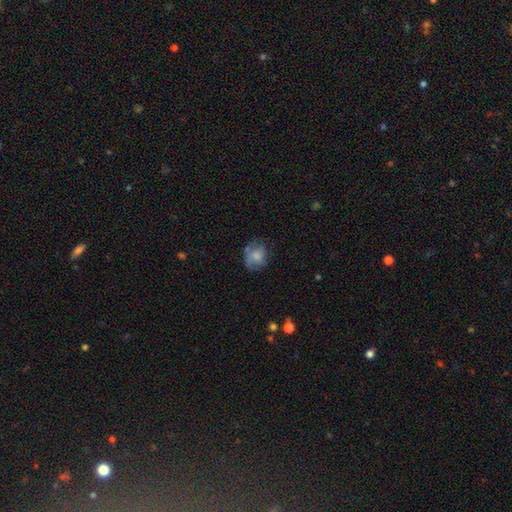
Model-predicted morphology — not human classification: A smooth galaxy with no disk features (63%) that is round (56%). Merging: none (54%).